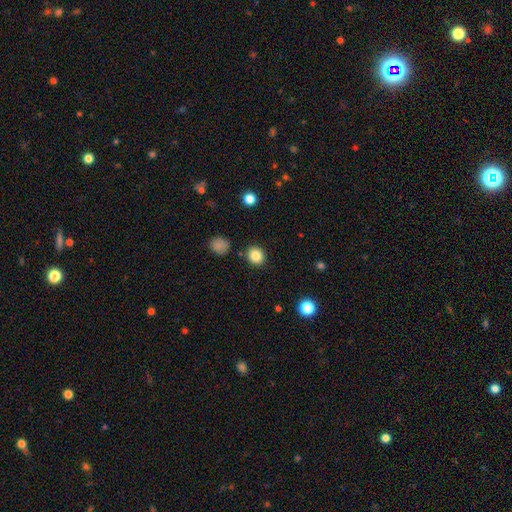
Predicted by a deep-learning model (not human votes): smooth 85%, star or artifact 10%, featured or disk 5%. Down the decision tree: how rounded — round (78%); merging — none (89%).